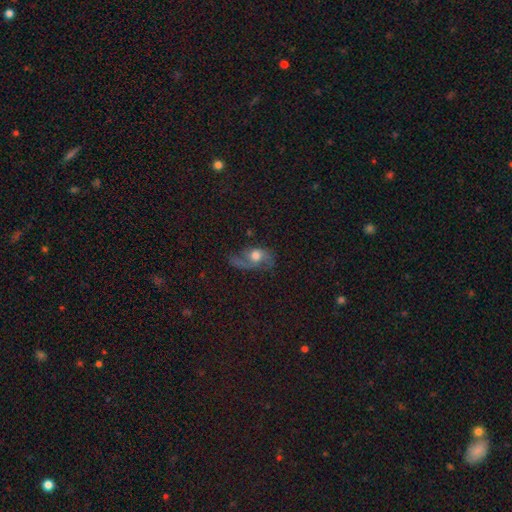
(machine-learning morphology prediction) smooth-or-featured: featured or disk: 61% | smooth: 29% | star or artifact: 11%
  disk-edge-on: no: 93% | yes: 7%
    bar: no: 75% | weak: 21% | strong: 4%
    has-spiral-arms: yes: 83% | no: 17%
    bulge-size: moderate: 49% | large: 37% | small: 7% | dominant: 4% | none: 2%
  merging: none: 46% | major disturbance: 27% | minor disturbance: 23% | merger: 3%